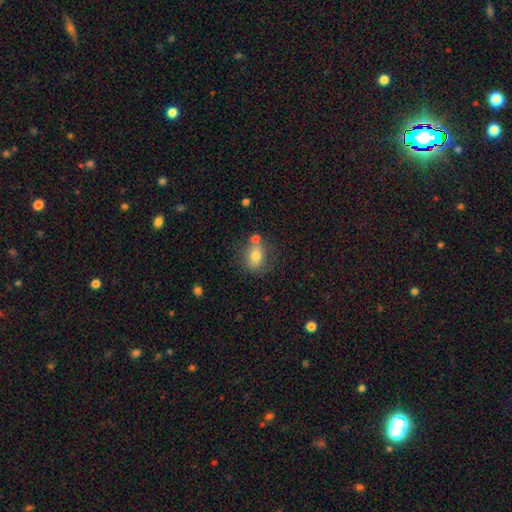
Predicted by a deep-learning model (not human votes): smooth_or_featured: smooth (p=0.74) [alt: featured or disk p=0.16]
how_rounded: in between (p=0.62) [alt: round p=0.36]
merging: none (p=0.63) [alt: merger p=0.17]